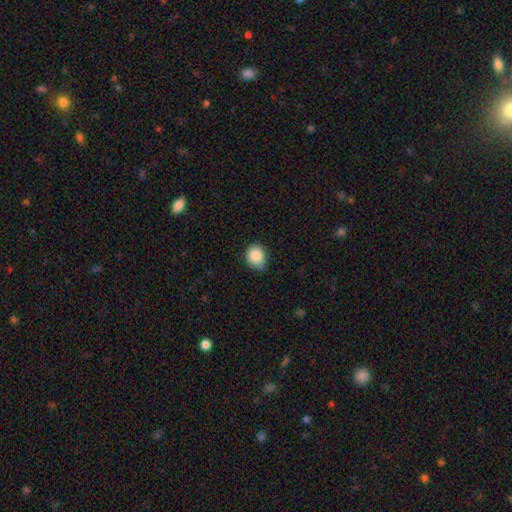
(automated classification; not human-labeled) This is clearly a smooth galaxy (87%). How rounded: likely round (64%). Merging: likely none (65%).